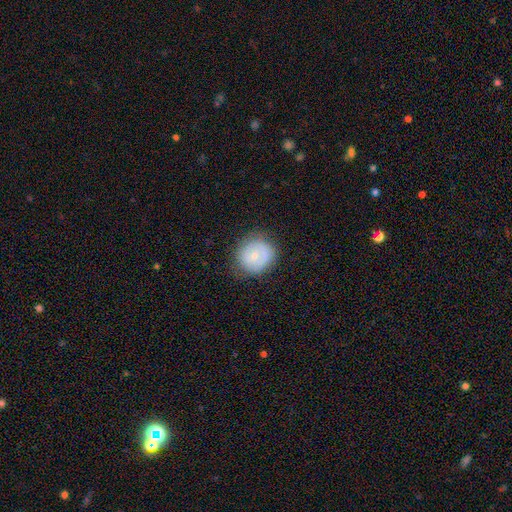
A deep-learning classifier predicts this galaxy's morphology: Overall: smooth (55%; featured or disk 37%). How rounded: round (86%). Merging: none (79%).